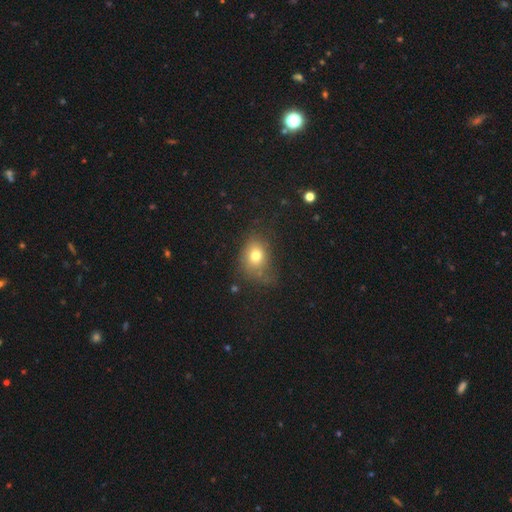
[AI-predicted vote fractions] Morphology: type=smooth (75%); roundness=in between (54%); merging=none (61%).